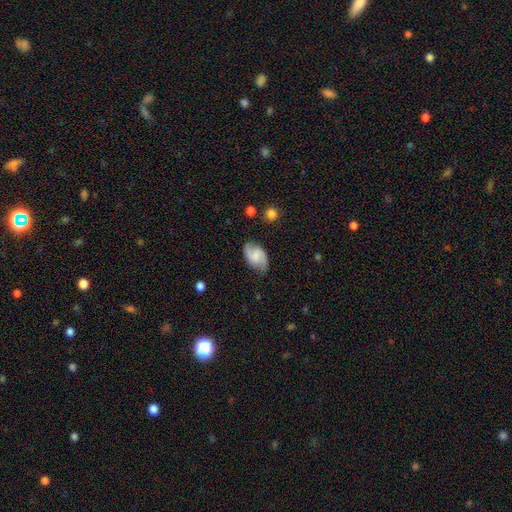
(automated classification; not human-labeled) Smooth or featured?
  - featured or disk: 64% *
  - smooth: 29%
  - star or artifact: 7%
Edge-on disk?
  - no: 97% *
  - yes: 3%
Bar?
  - weak: 46% *
  - no: 43%
  - strong: 11%
Spiral arms?
  - yes: 94% *
  - no: 6%
Spiral winding?
  - medium: 45% *
  - loose: 37%
  - tight: 18%
Spiral arm count?
  - 2: 90% *
  - can't tell: 5%
  - 1: 2%
  - 3: 1%
  - 4: 1%
  - more than 4: 1%
Bulge size?
  - small: 35% *
  - none: 32%
  - moderate: 25%
  - large: 6%
  - dominant: 2%
Merging?
  - none: 77% *
  - minor disturbance: 17%
  - major disturbance: 4%
  - merger: 2%